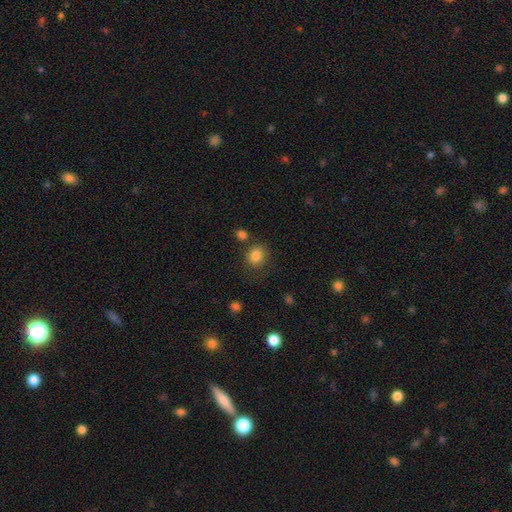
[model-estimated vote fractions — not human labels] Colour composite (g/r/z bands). It shows a smooth galaxy with no disk features (84%) that is round (81%). Merging: none (77%).